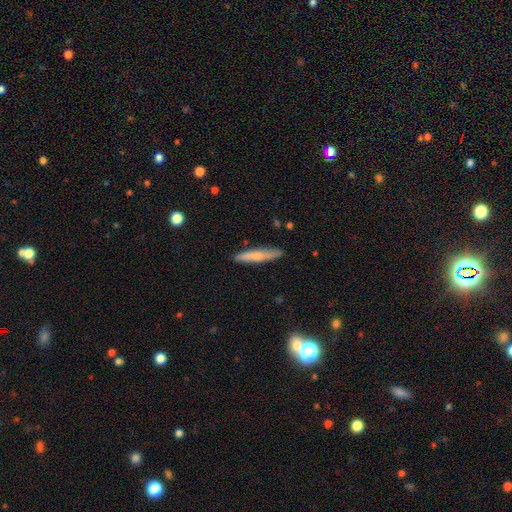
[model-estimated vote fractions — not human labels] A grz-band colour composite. It shows a smooth galaxy with no disk features (62%) that is cigar-shaped (92%). Merging: none (86%).